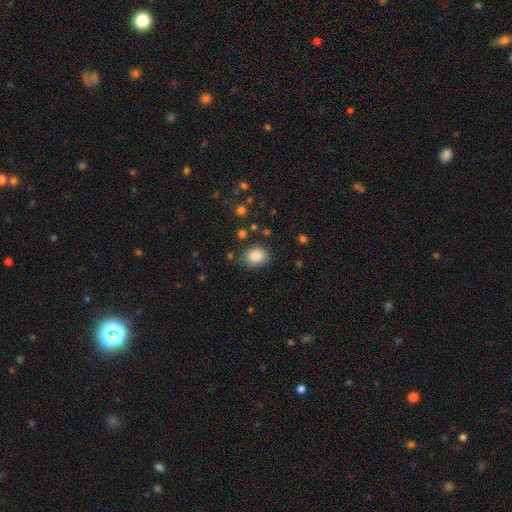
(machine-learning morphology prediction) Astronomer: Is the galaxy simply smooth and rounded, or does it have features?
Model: smooth — 86%.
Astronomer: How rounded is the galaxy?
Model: in between — 52% (runner-up: round, 47%).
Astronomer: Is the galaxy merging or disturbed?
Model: none — 80%.